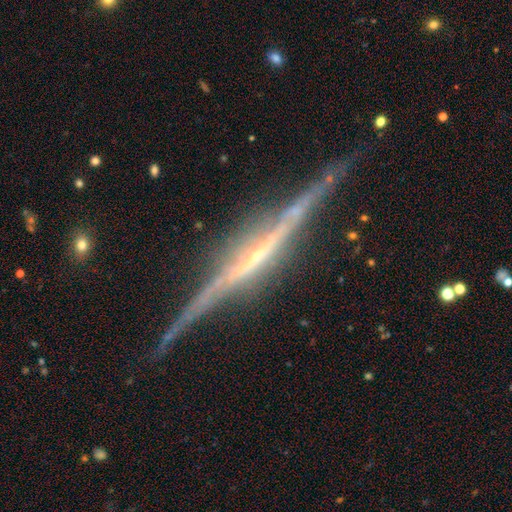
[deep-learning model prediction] Morphology: type=featured or disk (89%); edge-on=yes (98%); edge-on bulge=rounded (42%); merging=none (83%).